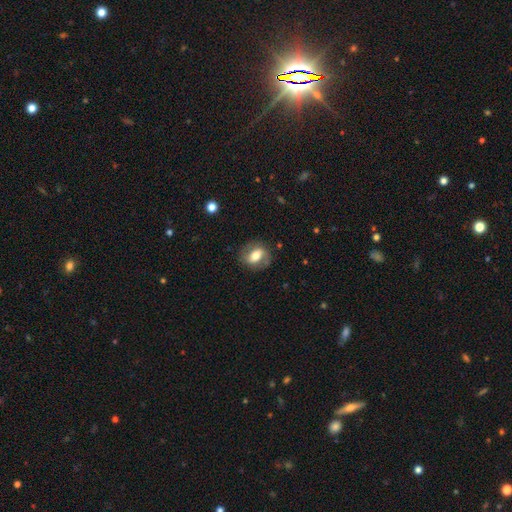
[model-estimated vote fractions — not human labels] Smooth or featured? Predicted: smooth (p=0.48). Merging? Predicted: none (p=0.76).